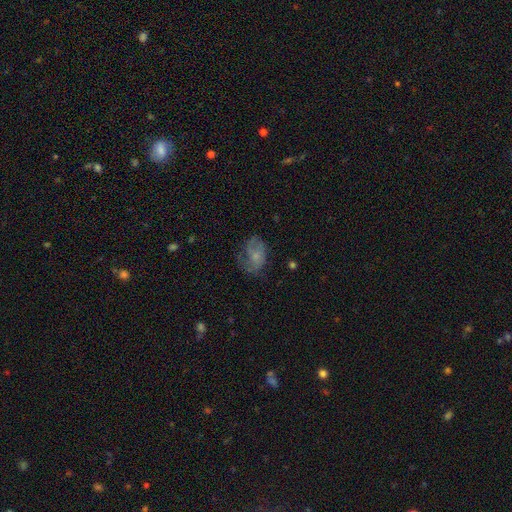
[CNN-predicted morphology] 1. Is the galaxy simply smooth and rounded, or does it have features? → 53% smooth, 36% featured or disk, 11% star or artifact.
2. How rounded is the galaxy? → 70% in between, 28% round, 1% cigar-shaped.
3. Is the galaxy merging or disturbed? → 44% none, 27% minor disturbance, 26% major disturbance, 2% merger.